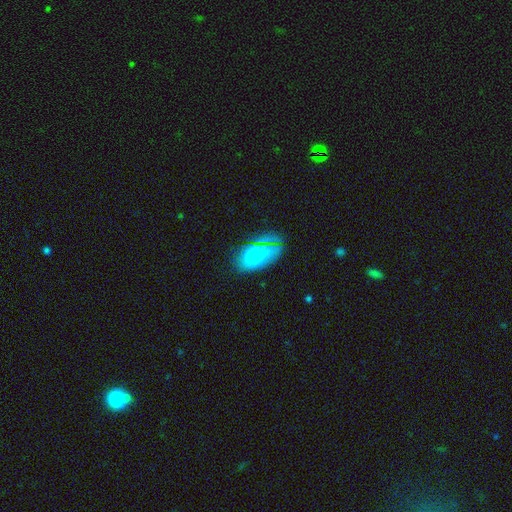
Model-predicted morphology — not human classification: Overall: smooth (67%). How rounded: in between (92%). Merging: none (52%; minor disturbance 28%).